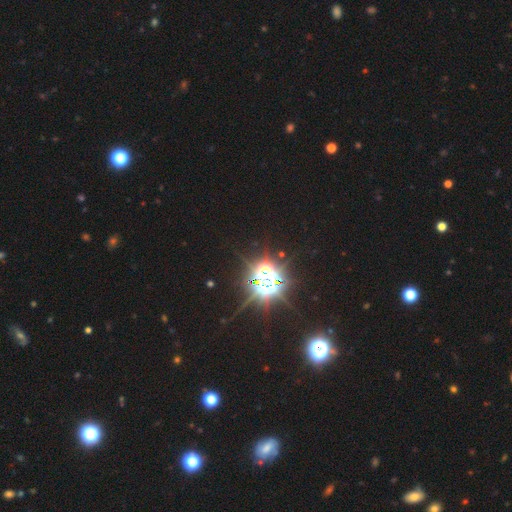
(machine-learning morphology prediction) The model was most divided on "smooth or featured": star or artifact: 85%, smooth: 9%, featured or disk: 6%.